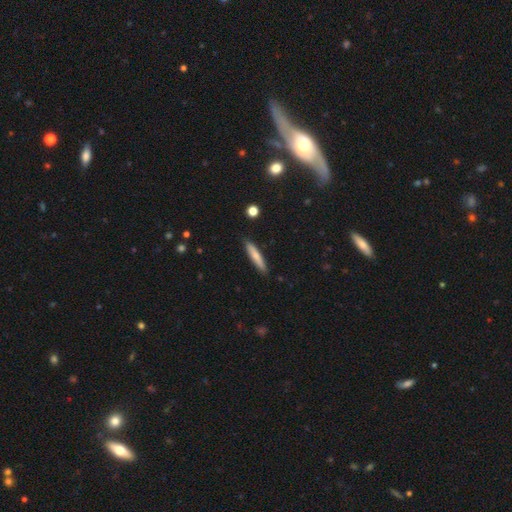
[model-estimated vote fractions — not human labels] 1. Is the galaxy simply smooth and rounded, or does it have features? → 72% smooth, 22% featured or disk, 6% star or artifact.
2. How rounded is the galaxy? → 91% cigar-shaped, 8% in between, 1% round.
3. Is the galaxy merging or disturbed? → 89% none, 8% minor disturbance, 2% major disturbance, 1% merger.